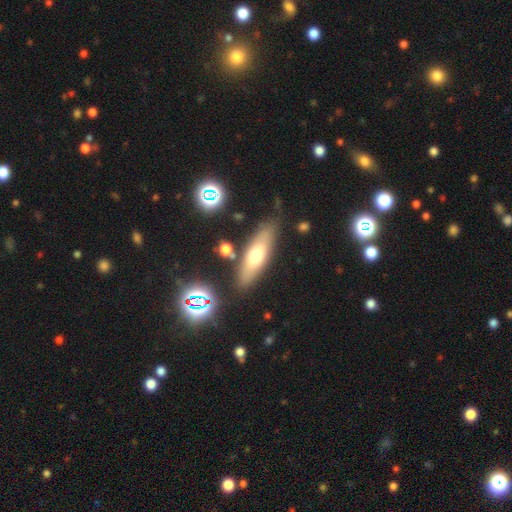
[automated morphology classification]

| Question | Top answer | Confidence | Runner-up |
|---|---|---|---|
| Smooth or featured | smooth | 58% | featured or disk (33%) |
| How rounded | in between | 49% | cigar-shaped (48%) |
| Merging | none | 81% | minor disturbance (12%) |